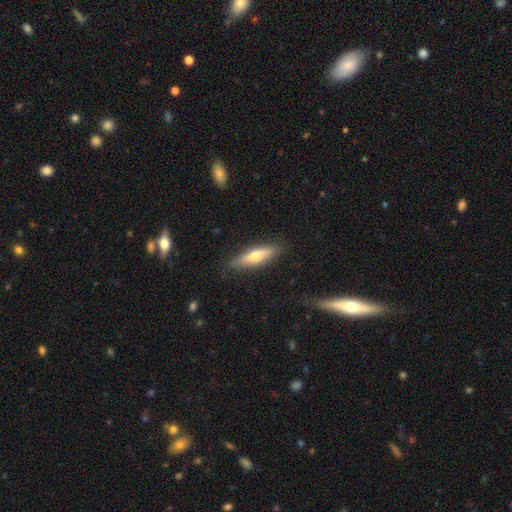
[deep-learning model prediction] smooth-or-featured: smooth: 52% | featured or disk: 42% | star or artifact: 6%
  how-rounded: cigar-shaped: 69% | in between: 29% | round: 2%
  merging: none: 85% | minor disturbance: 11% | major disturbance: 2% | merger: 1%